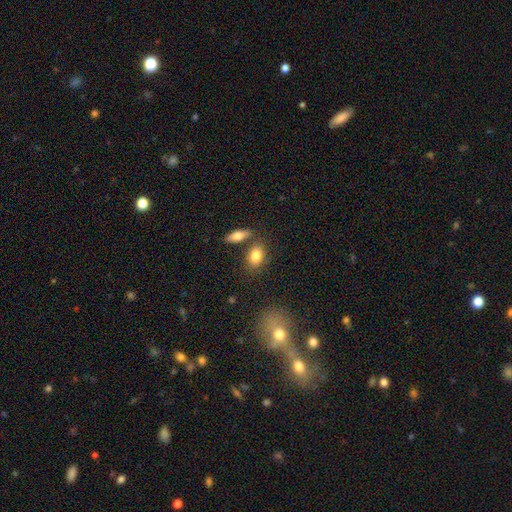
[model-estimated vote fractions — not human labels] This appears to be a smooth galaxy with no disk features (82%) that is in between round and cigar-shaped (84%). Merging: none (66%).